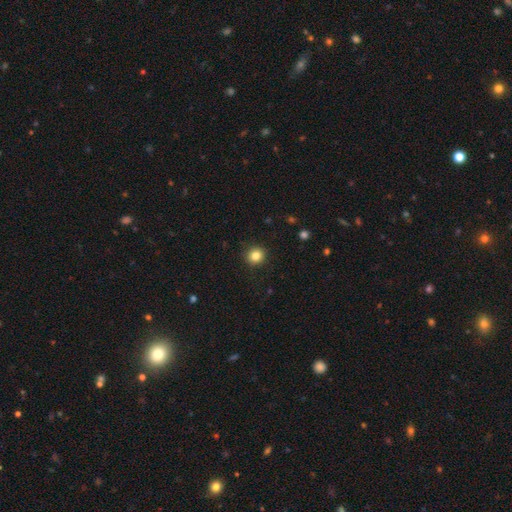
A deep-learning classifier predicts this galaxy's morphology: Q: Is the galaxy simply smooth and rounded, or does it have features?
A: smooth — 84%.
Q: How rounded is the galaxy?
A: round — 92%.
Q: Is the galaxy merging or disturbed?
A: none — 92%.